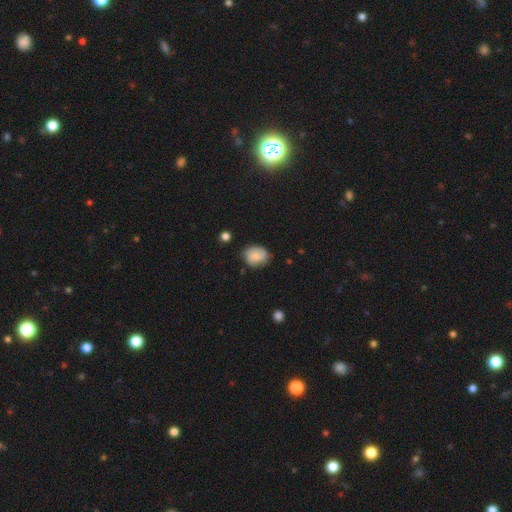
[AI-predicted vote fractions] Smooth or featured?
  - smooth: 69% *
  - featured or disk: 22%
  - star or artifact: 9%
How rounded?
  - round: 56% *
  - in between: 43%
  - cigar-shaped: 1%
Merging?
  - none: 68% *
  - minor disturbance: 24%
  - major disturbance: 6%
  - merger: 2%